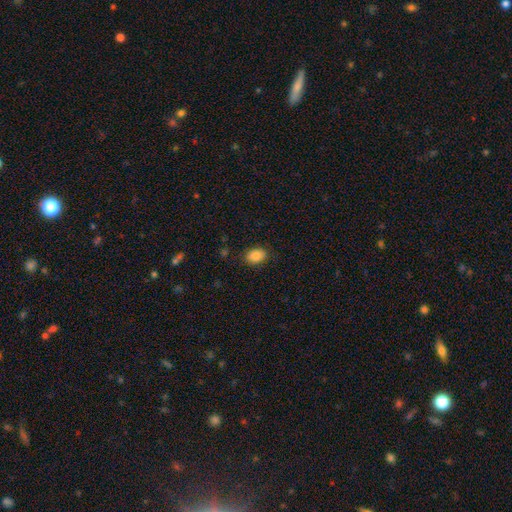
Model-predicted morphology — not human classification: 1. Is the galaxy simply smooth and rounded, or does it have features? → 87% smooth, 9% star or artifact, 5% featured or disk.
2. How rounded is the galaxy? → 74% in between, 24% round, 1% cigar-shaped.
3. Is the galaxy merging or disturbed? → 86% none, 10% minor disturbance, 3% major disturbance, 1% merger.